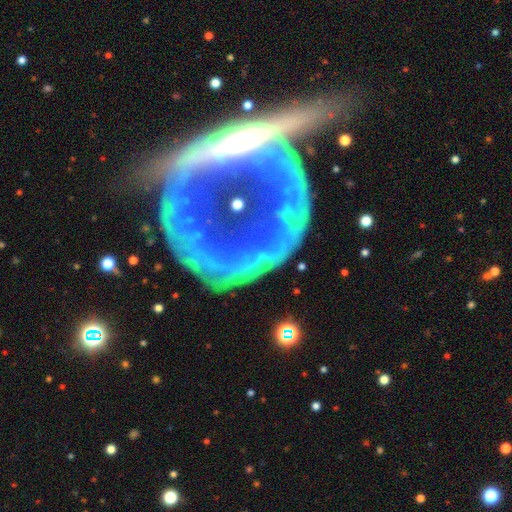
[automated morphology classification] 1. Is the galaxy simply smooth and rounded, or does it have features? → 70% featured or disk, 15% star or artifact, 15% smooth.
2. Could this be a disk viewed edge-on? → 65% no, 35% yes.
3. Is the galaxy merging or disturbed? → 37% none, 35% major disturbance, 14% merger, 14% minor disturbance.